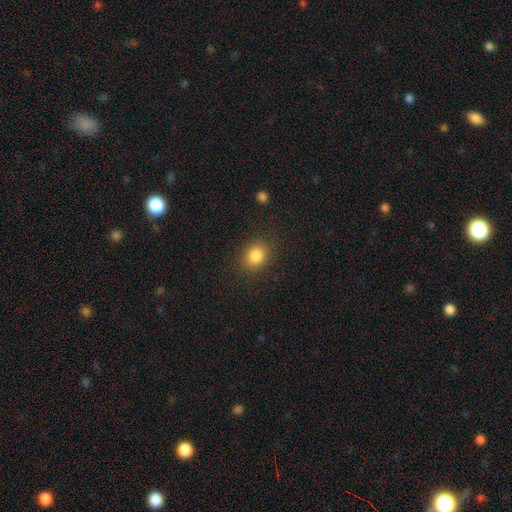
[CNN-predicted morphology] type=smooth (84%); roundness=round (57%); merging=none (85%).